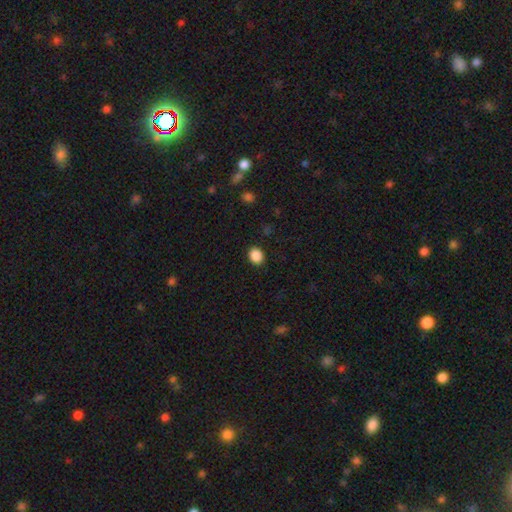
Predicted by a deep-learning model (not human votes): smooth_or_featured: smooth (p=0.89) [alt: star or artifact p=0.09]
how_rounded: round (p=0.51) [alt: in between p=0.48]
merging: none (p=0.91) [alt: minor disturbance p=0.06]